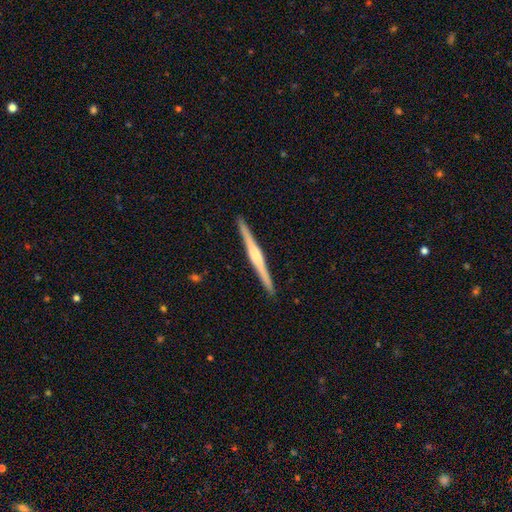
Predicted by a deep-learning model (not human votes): This is likely a featured or disk galaxy (73%). It is clearly viewed edge-on (99%). Edge-on bulge: possibly rounded (56%). Merging: clearly none (93%).